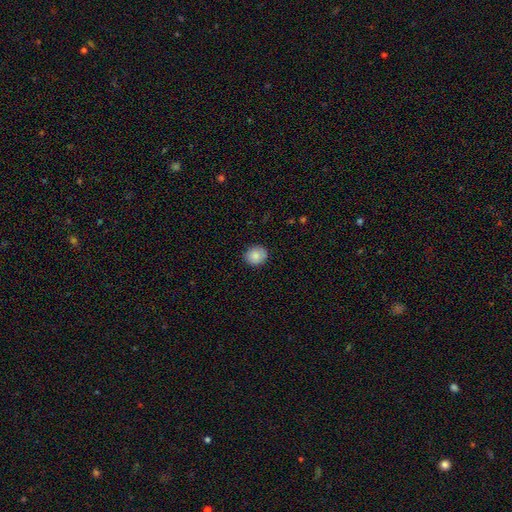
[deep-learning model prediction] The model was most divided on "how rounded": round: 84%, in between: 15%, cigar-shaped: 1%. More confident: merging — none (89%); smooth or featured — smooth (86%).